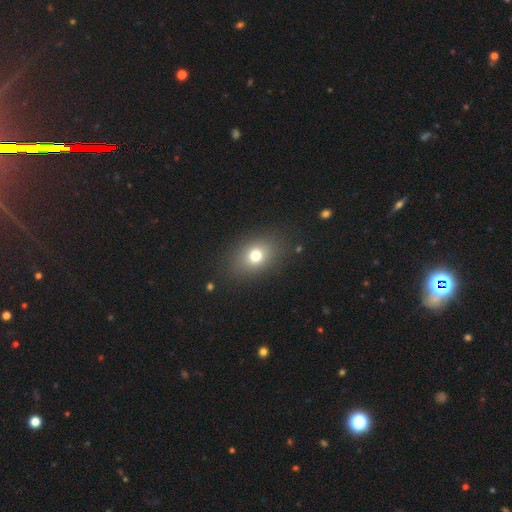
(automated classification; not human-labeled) smooth 74%, star or artifact 14%, featured or disk 13%. Down the decision tree: how rounded — in between (64%); merging — none (85%).